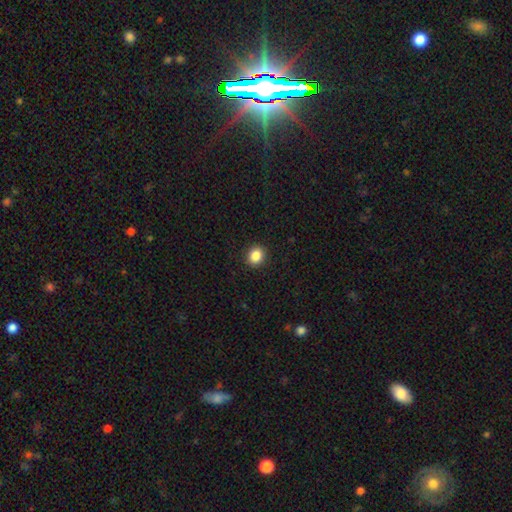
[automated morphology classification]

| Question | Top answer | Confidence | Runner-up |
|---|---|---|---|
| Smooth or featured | smooth | 87% | star or artifact (10%) |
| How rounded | round | 68% | in between (31%) |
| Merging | none | 91% | minor disturbance (6%) |